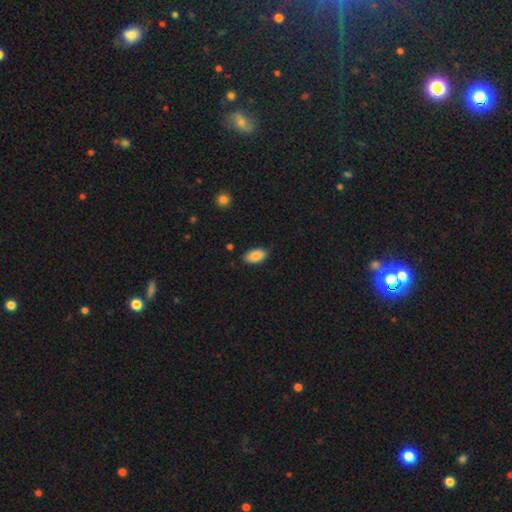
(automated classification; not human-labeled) Smooth or featured?
  - smooth: 87% *
  - star or artifact: 7%
  - featured or disk: 6%
How rounded?
  - in between: 94% *
  - cigar-shaped: 4%
  - round: 3%
Merging?
  - none: 84% *
  - minor disturbance: 13%
  - major disturbance: 2%
  - merger: 1%